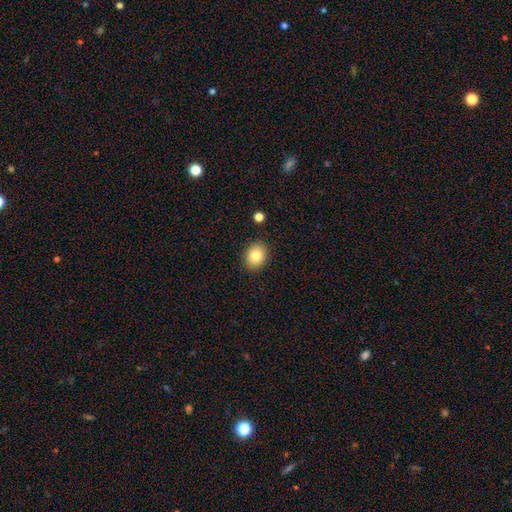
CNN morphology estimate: Smooth or featured? Predicted: smooth (p=0.82). How rounded? Predicted: in between (p=0.51). Merging? Predicted: none (p=0.89).